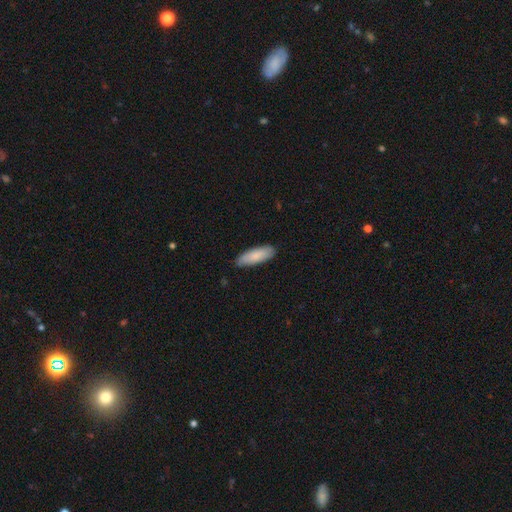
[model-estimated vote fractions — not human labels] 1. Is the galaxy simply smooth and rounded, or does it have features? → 85% smooth, 10% featured or disk, 5% star or artifact.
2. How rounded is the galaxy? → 57% in between, 41% cigar-shaped, 1% round.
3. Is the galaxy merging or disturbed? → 87% none, 10% minor disturbance, 2% major disturbance, 1% merger.